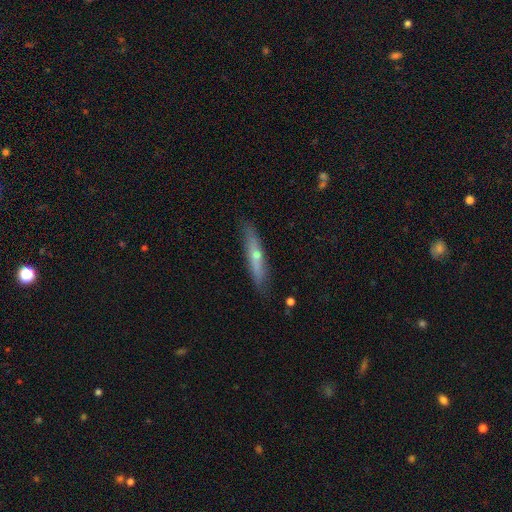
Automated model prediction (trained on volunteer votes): The model was most divided on "smooth or featured": featured or disk: 53%, smooth: 40%, star or artifact: 7%. More confident: edge-on disk — yes (85%); merging — none (83%).